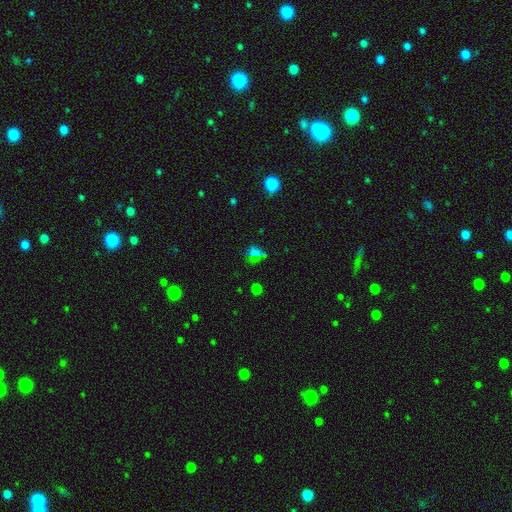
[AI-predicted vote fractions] Smooth or featured? smooth (56%)
How rounded? round (55%)
Merging? none (51%)